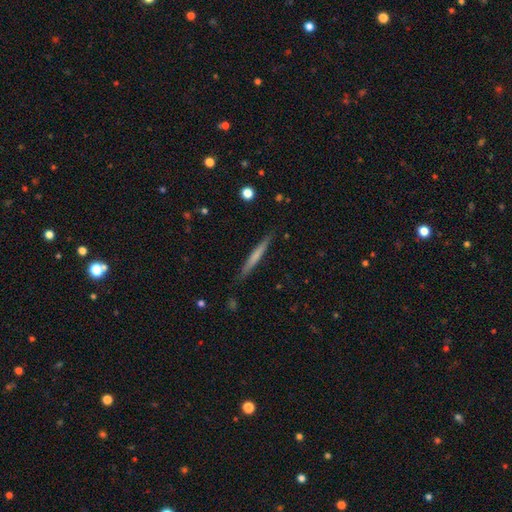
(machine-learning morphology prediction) This appears to be a smooth galaxy with no disk features (56%) that is cigar-shaped (96%). Merging: none (88%).